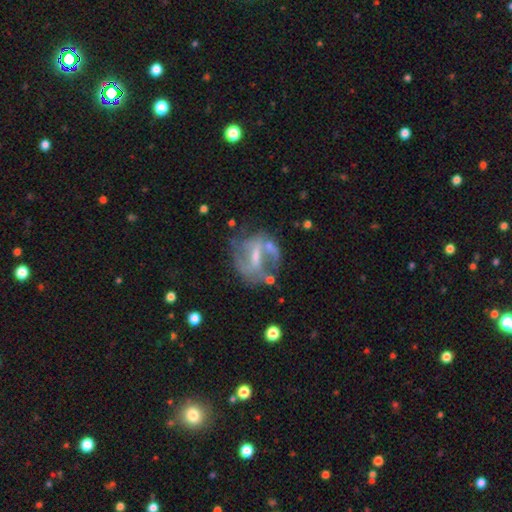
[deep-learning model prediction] This is likely a featured or disk galaxy (76%). It is clearly not viewed edge-on (95%). Bar: marginally strong (43%). Spiral arm pattern: likely yes (75%). Spiral arm count: likely 2 (70%). Spiral winding: marginally medium (43%). Central bulge: possibly small (45%). Merging: possibly none (54%).